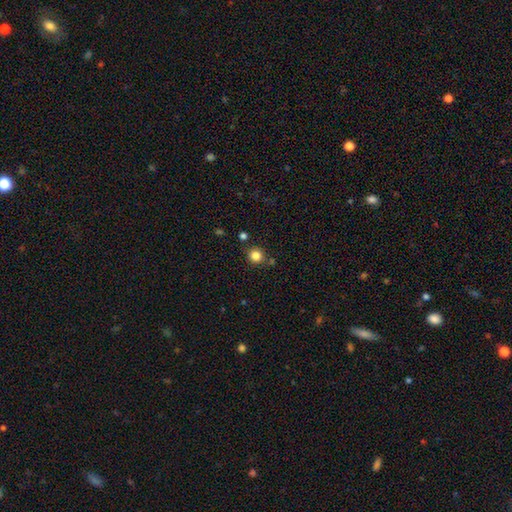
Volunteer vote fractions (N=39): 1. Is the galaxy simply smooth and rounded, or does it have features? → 87% smooth, 10% star or artifact, 3% featured or disk.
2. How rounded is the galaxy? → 100% round, 0% in between, 0% cigar-shaped.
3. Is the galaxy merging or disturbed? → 89% none, 6% minor disturbance, 6% merger, 0% major disturbance.